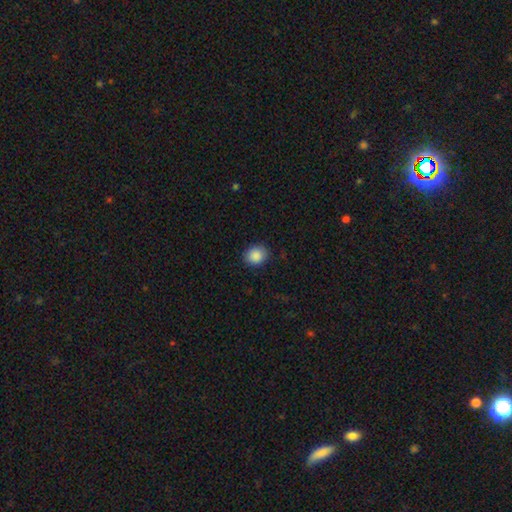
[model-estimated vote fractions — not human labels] smooth-or-featured: smooth: 88% | star or artifact: 8% | featured or disk: 3%
  how-rounded: round: 69% | in between: 30% | cigar-shaped: 1%
  merging: none: 88% | minor disturbance: 9% | major disturbance: 2% | merger: 1%